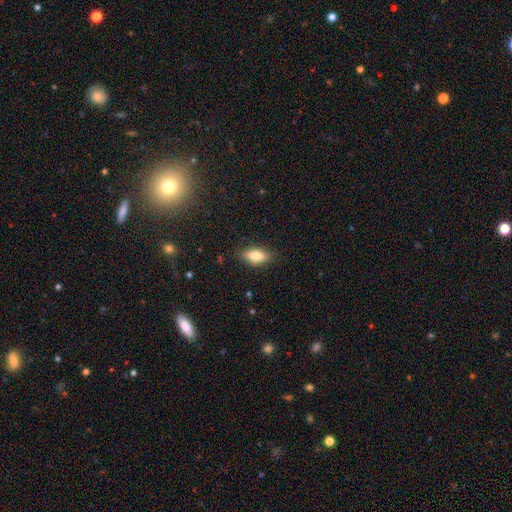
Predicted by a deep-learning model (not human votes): Smooth or featured? smooth (75%)
How rounded? in between (82%)
Merging? none (83%)